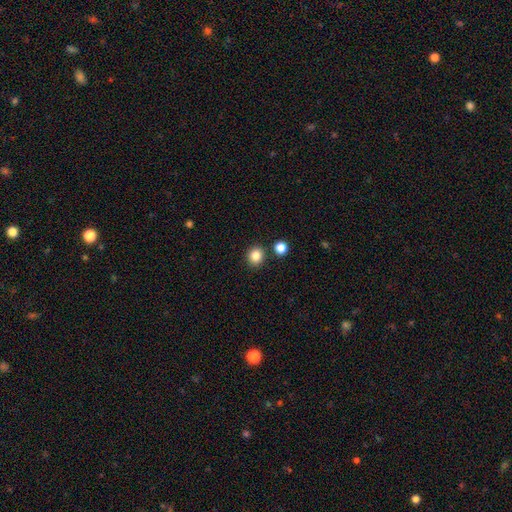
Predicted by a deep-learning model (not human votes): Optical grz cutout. It shows a smooth galaxy with no disk features (84%) that is round (86%). Merging: none (85%).